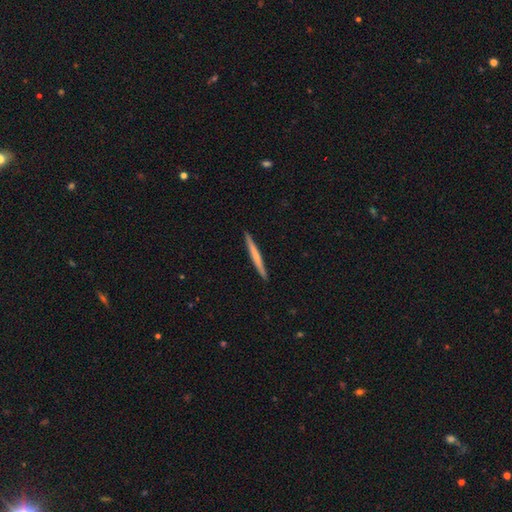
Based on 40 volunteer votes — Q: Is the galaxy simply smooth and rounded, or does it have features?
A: smooth — 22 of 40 (55%).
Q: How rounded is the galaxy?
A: cigar-shaped — 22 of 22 (100%).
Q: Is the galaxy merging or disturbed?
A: none — 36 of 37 (97%).